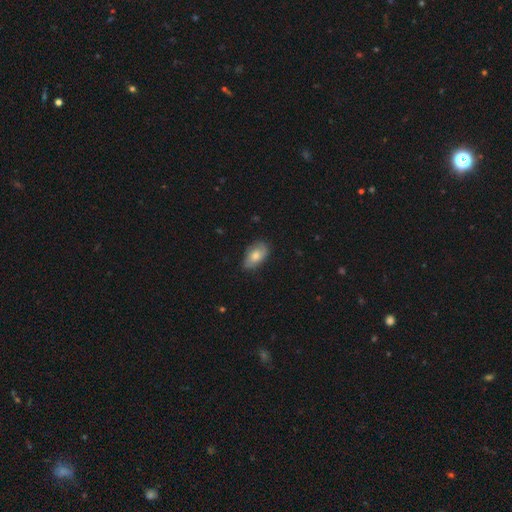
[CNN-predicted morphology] Smooth or featured?
  - smooth: 72% *
  - featured or disk: 21%
  - star or artifact: 7%
How rounded?
  - in between: 92% *
  - round: 6%
  - cigar-shaped: 2%
Merging?
  - none: 73% *
  - minor disturbance: 22%
  - major disturbance: 4%
  - merger: 1%